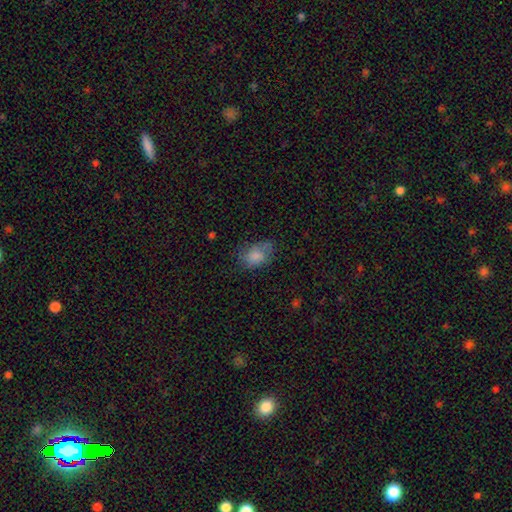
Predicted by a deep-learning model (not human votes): This appears to be a smooth galaxy with no disk features (77%) that is in between round and cigar-shaped (77%). Merging: none (55%).